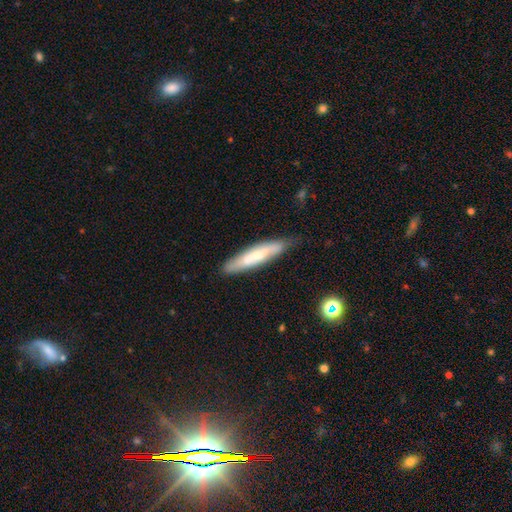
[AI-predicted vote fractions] Smooth or featured?
  - smooth: 51% *
  - featured or disk: 42%
  - star or artifact: 7%
How rounded?
  - cigar-shaped: 84% *
  - in between: 15%
  - round: 1%
Merging?
  - none: 75% *
  - minor disturbance: 19%
  - major disturbance: 4%
  - merger: 2%